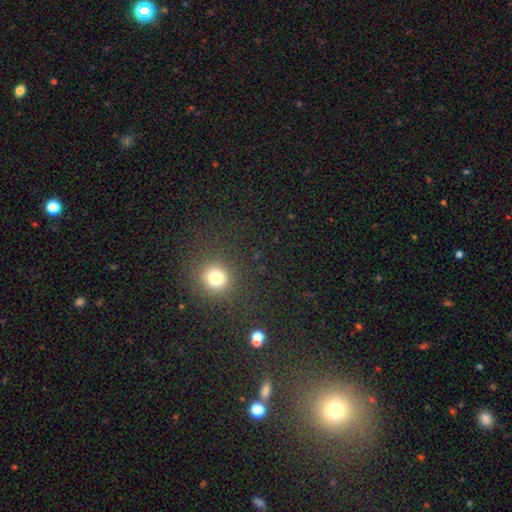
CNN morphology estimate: smooth_or_featured: smooth (p=0.63) [alt: star or artifact p=0.31]
how_rounded: round (p=0.91) [alt: in between p=0.07]
merging: none (p=0.89) [alt: minor disturbance p=0.06]